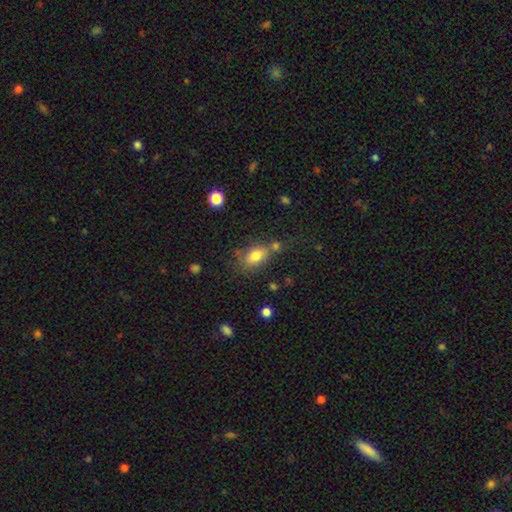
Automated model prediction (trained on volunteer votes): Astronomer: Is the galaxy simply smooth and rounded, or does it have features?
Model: smooth — 79%.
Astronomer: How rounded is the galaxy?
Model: in between — 80%.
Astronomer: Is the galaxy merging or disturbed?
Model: none — 56%.